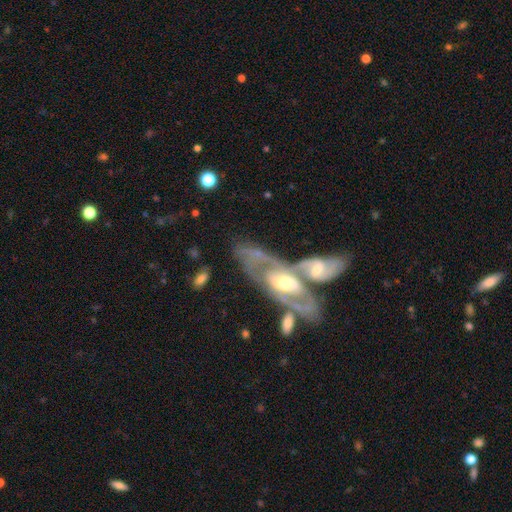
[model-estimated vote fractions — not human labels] Q: Smooth or featured?
A: featured or disk (80%); runner-up: smooth (13%)
Q: Edge-on disk?
A: no (84%); runner-up: yes (16%)
Q: Bar?
A: no (49%); runner-up: weak (33%)
Q: Spiral arms?
A: yes (77%); runner-up: no (23%)
Q: Spiral winding?
A: tight (44%); runner-up: medium (41%)
Q: Spiral arm count?
A: 2 (56%); runner-up: can't tell (29%)
Q: Bulge size?
A: moderate (62%); runner-up: small (28%)
Q: Merging?
A: merger (48%); runner-up: none (32%)